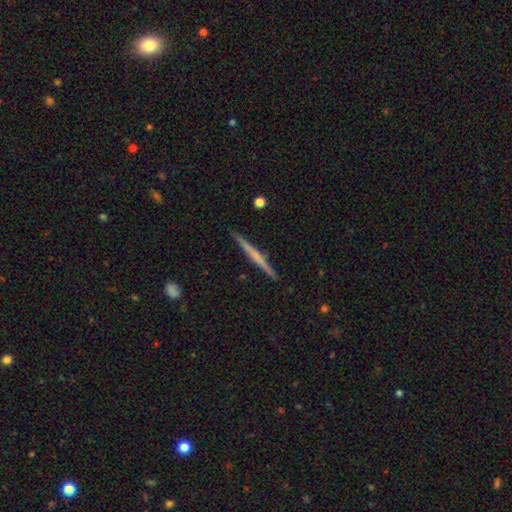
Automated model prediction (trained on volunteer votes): The model was most divided on "smooth or featured": featured or disk: 60%, smooth: 35%, star or artifact: 5%. More confident: edge-on disk — yes (98%); merging — none (91%); edge-on bulge — none (65%).